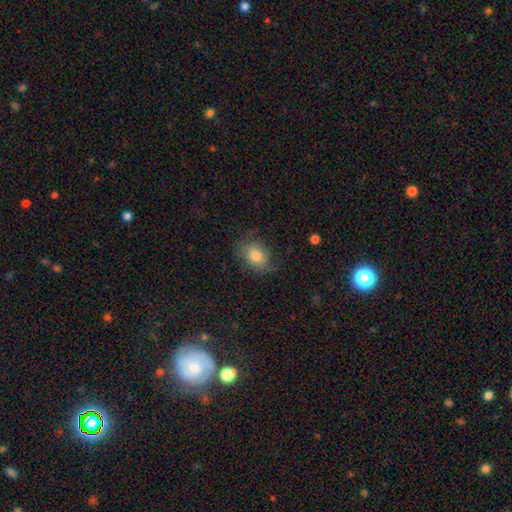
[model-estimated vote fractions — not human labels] A smooth galaxy with no disk features (64%) that is in between round and cigar-shaped (55%).

Vote fractions:
- Smooth or featured? smooth: 64% / featured or disk: 25% / star or artifact: 11%
- How rounded? in between: 55% / round: 43% / cigar-shaped: 1%
- Merging? none: 61% / minor disturbance: 24% / major disturbance: 14% / merger: 1%